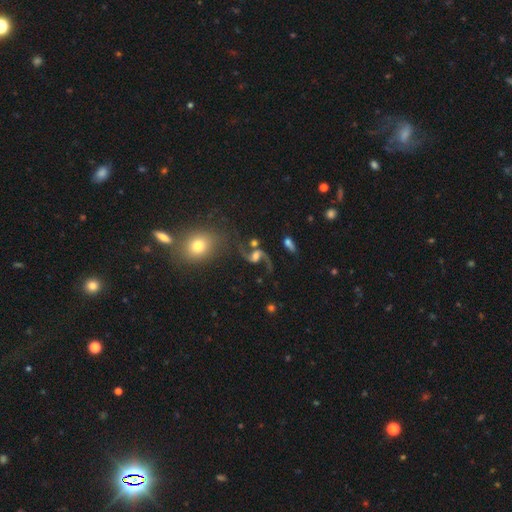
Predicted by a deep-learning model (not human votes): Q: Smooth or featured?
A: featured or disk (85%); runner-up: star or artifact (7%)
Q: Edge-on disk?
A: no (97%); runner-up: yes (3%)
Q: Bar?
A: no (44%); runner-up: weak (40%)
Q: Spiral arms?
A: yes (96%); runner-up: no (4%)
Q: Spiral winding?
A: loose (84%); runner-up: medium (13%)
Q: Spiral arm count?
A: 2 (93%); runner-up: 1 (3%)
Q: Bulge size?
A: moderate (43%); runner-up: large (22%)
Q: Merging?
A: none (63%); runner-up: minor disturbance (14%)